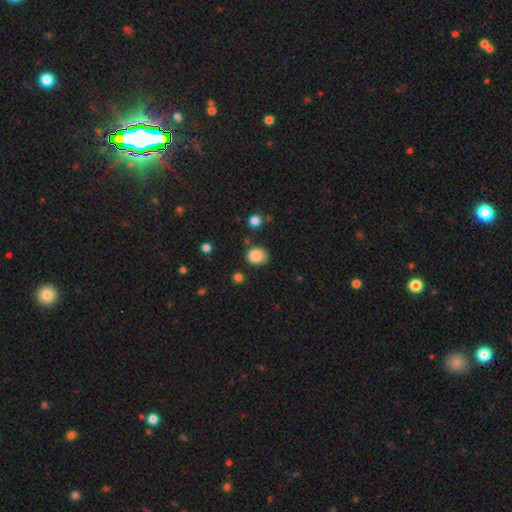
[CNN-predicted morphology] Smooth or featured: smooth — 85% (star or artifact — 10%)
How rounded: round — 77% (in between — 22%)
Merging: none — 68% (minor disturbance — 23%)